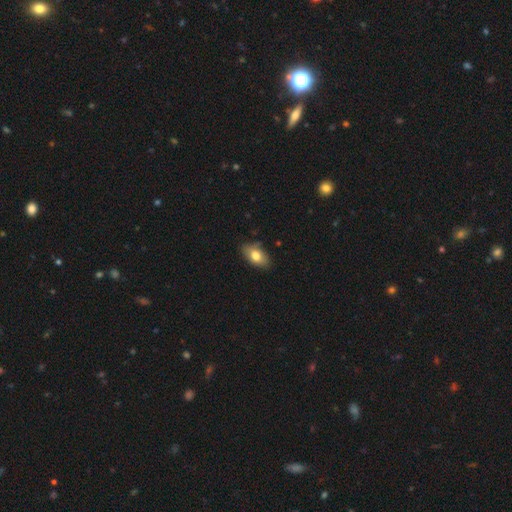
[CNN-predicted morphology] Overall: smooth (77%). How rounded: in between (90%). Merging: none (77%).